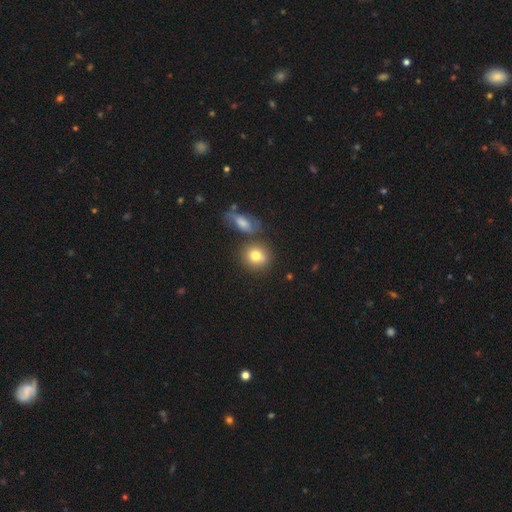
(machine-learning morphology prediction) Overall: smooth (79%). How rounded: round (75%). Merging: none (66%).